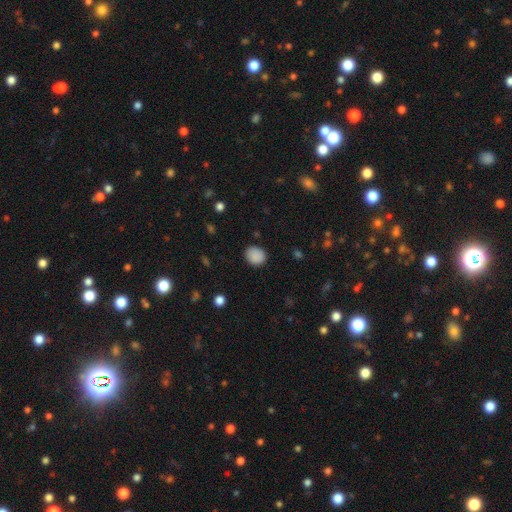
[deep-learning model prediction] smooth_or_featured: smooth (p=0.88) [alt: star or artifact p=0.09]
how_rounded: round (p=0.72) [alt: in between p=0.27]
merging: none (p=0.85) [alt: minor disturbance p=0.11]